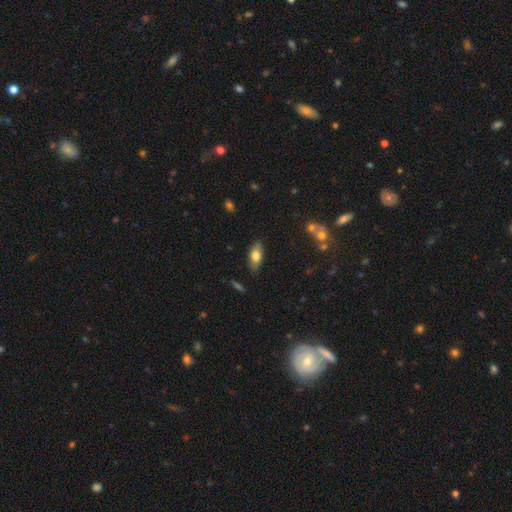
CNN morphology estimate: smooth 74%, featured or disk 20%, star or artifact 7%. Down the decision tree: how rounded — in between (84%); merging — none (85%).